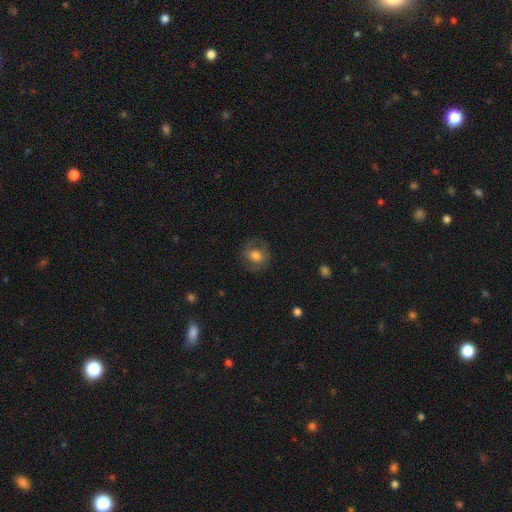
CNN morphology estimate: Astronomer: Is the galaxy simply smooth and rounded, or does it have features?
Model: smooth — 57% (runner-up: featured or disk, 34%).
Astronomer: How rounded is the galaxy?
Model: round — 79%.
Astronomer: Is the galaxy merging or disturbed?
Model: none — 79%.